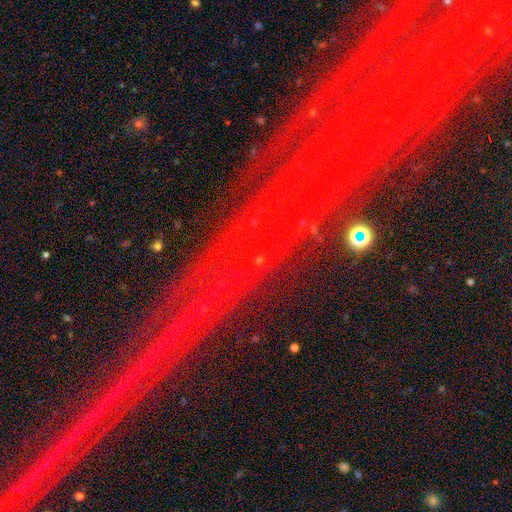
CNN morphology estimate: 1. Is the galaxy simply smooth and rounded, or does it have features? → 78% star or artifact, 13% featured or disk, 9% smooth.